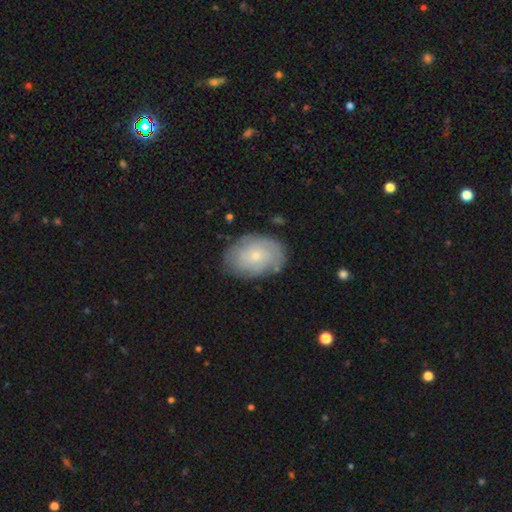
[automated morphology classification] A featured or disk galaxy (51%).

Vote fractions:
- Smooth or featured? featured or disk: 51% / smooth: 42% / star or artifact: 7%
- Edge-on disk? no: 96% / yes: 4%
- Merging? none: 77% / minor disturbance: 17% / major disturbance: 5% / merger: 2%